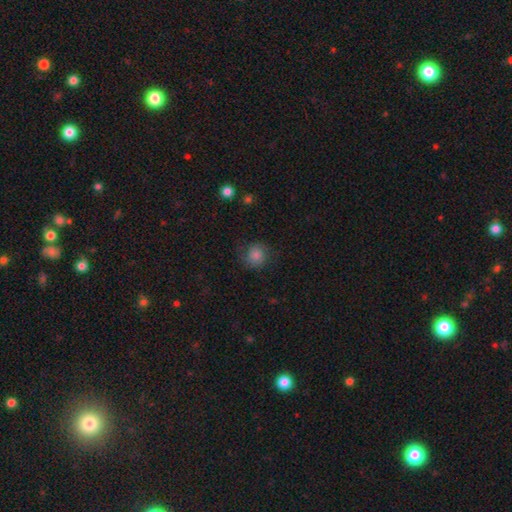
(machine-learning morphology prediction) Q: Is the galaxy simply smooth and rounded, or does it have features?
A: smooth — 72%.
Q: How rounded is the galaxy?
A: round — 87%.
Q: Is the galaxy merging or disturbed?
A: none — 72%.